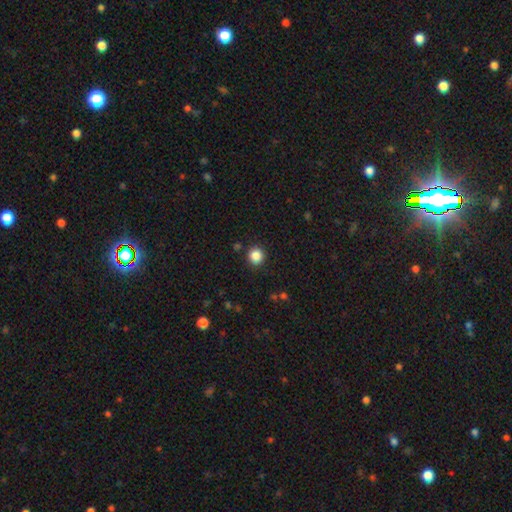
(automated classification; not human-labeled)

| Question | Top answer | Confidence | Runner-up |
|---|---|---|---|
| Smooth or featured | smooth | 85% | star or artifact (11%) |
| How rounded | round | 93% | in between (6%) |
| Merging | none | 91% | minor disturbance (6%) |